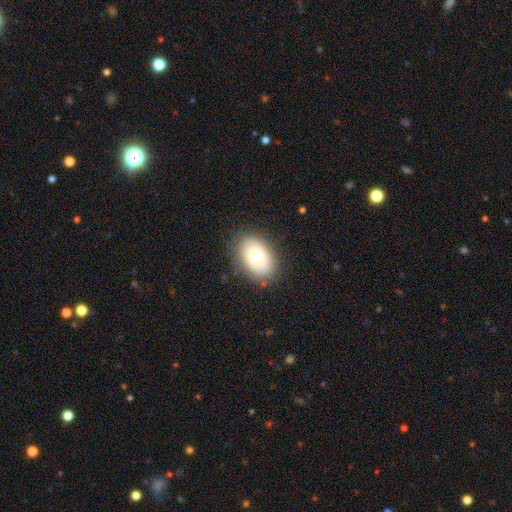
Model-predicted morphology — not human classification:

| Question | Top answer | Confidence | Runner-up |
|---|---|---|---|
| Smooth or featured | smooth | 65% | featured or disk (27%) |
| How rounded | in between | 83% | round (16%) |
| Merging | none | 82% | minor disturbance (13%) |